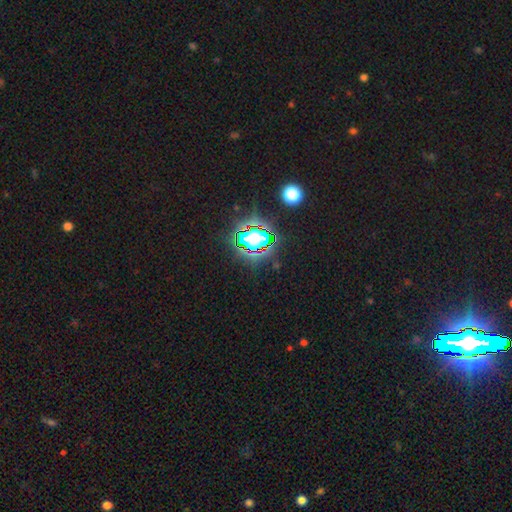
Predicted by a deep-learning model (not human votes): Overall: star or artifact (81%).